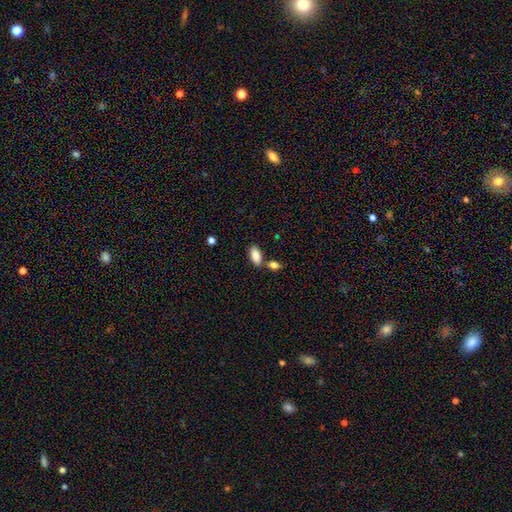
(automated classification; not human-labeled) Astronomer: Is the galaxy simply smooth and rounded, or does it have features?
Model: smooth — 87%.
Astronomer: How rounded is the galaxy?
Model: in between — 90%.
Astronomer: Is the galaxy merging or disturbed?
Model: none — 68%.